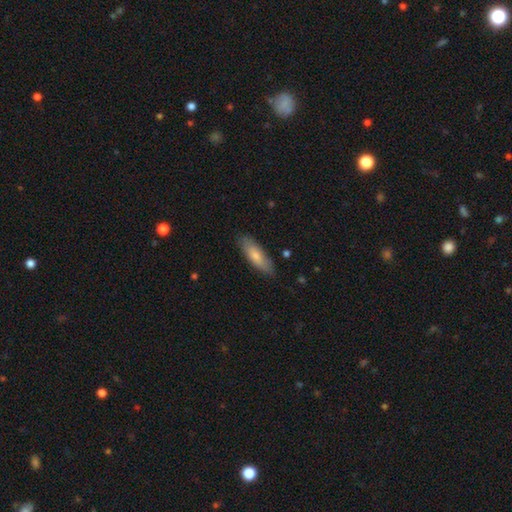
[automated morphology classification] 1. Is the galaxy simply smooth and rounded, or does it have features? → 78% smooth, 17% featured or disk, 5% star or artifact.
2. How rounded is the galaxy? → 57% in between, 42% cigar-shaped, 2% round.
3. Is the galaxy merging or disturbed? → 84% none, 12% minor disturbance, 2% major disturbance, 1% merger.